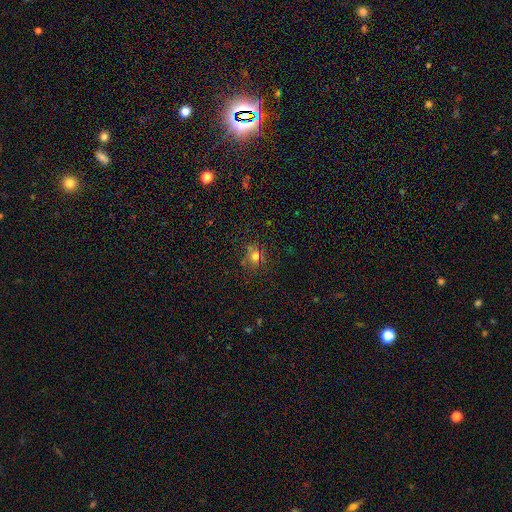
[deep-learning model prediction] Smooth or featured? Predicted: smooth (p=0.67). How rounded? Predicted: round (p=0.74). Merging? Predicted: none (p=0.71).